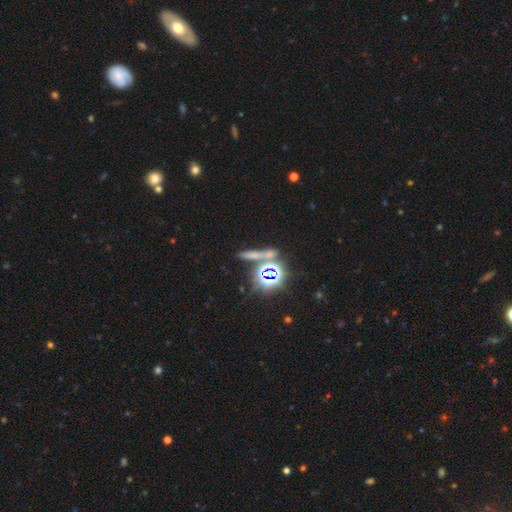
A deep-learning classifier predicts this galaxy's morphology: The model was most divided on "smooth or featured": star or artifact: 45%, smooth: 38%, featured or disk: 17%.